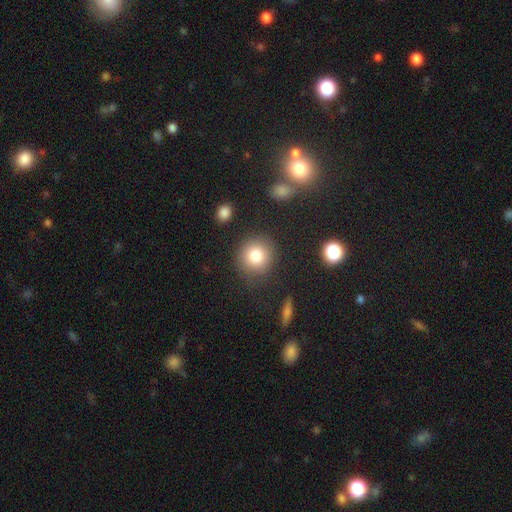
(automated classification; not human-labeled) smooth-or-featured: smooth: 81% | star or artifact: 10% | featured or disk: 8%
  how-rounded: round: 89% | in between: 10% | cigar-shaped: 1%
  merging: none: 82% | minor disturbance: 11% | major disturbance: 4% | merger: 3%